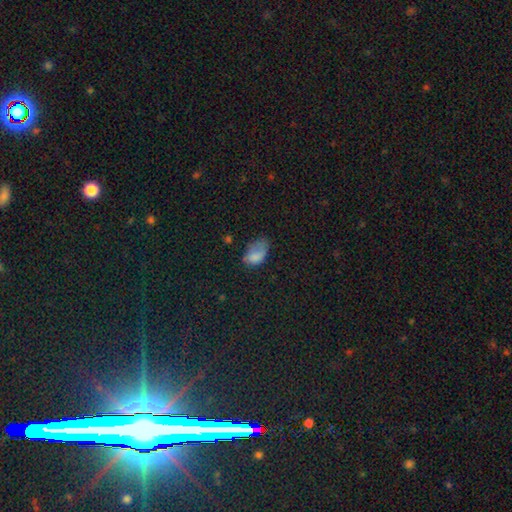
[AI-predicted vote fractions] Morphology: type=smooth (78%); roundness=in between (90%); merging=minor disturbance (38%).